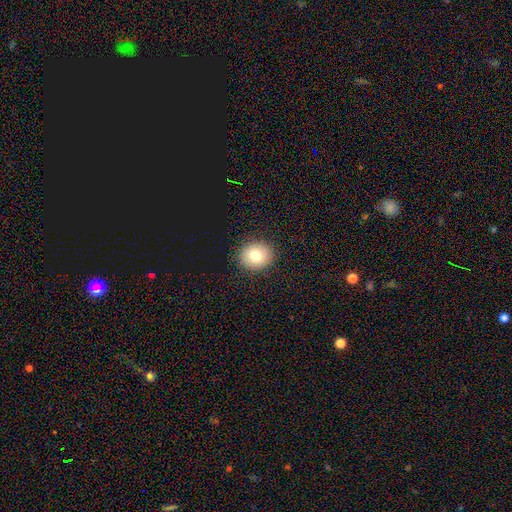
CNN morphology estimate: Q: Smooth or featured?
A: smooth (79%); runner-up: star or artifact (10%)
Q: How rounded?
A: round (79%); runner-up: in between (20%)
Q: Merging?
A: none (90%); runner-up: minor disturbance (7%)